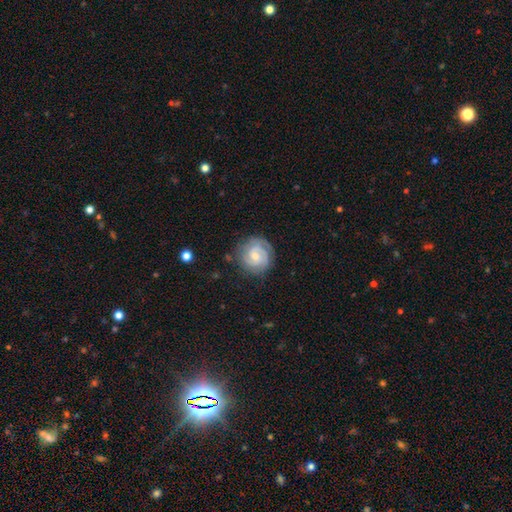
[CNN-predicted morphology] Q: Smooth or featured?
A: featured or disk (83%); runner-up: smooth (11%)
Q: Edge-on disk?
A: no (98%); runner-up: yes (2%)
Q: Bar?
A: no (50%); runner-up: weak (42%)
Q: Spiral arms?
A: yes (97%); runner-up: no (3%)
Q: Spiral winding?
A: tight (69%); runner-up: medium (26%)
Q: Spiral arm count?
A: 2 (57%); runner-up: 3 (19%)
Q: Bulge size?
A: small (56%); runner-up: moderate (40%)
Q: Merging?
A: none (80%); runner-up: minor disturbance (14%)